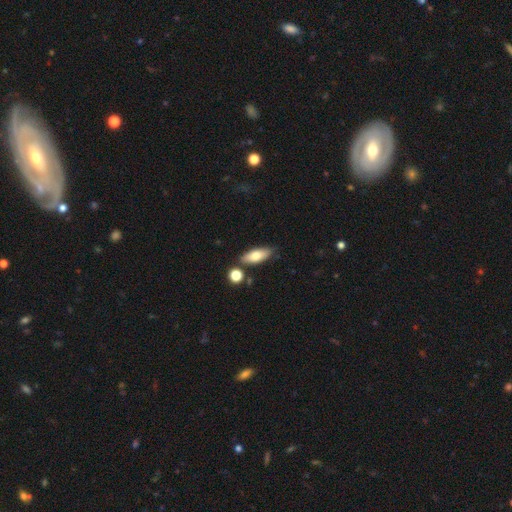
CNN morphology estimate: type=smooth (74%); roundness=in between (75%); merging=none (76%).